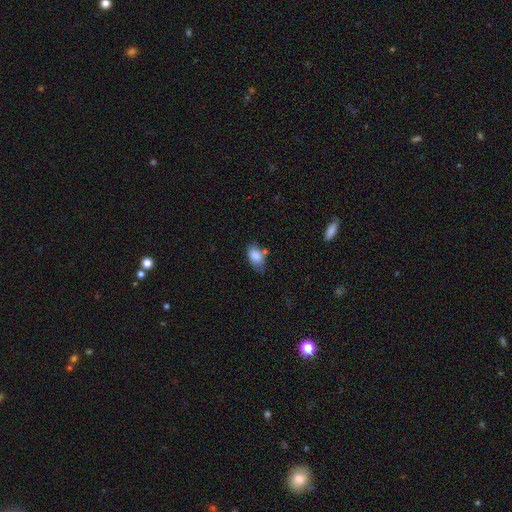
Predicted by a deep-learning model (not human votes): A smooth galaxy with no disk features (84%) that is in between round and cigar-shaped (90%). Merging: none (52%).